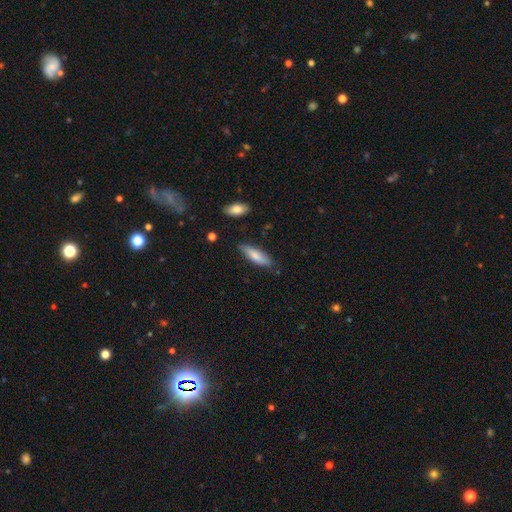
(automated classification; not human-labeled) A smooth galaxy with no disk features (78%) that is cigar-shaped (54%). Merging: none (77%).